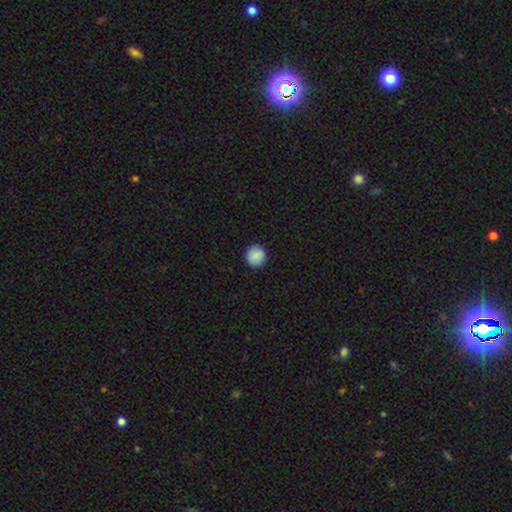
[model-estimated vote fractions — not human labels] A smooth galaxy with no disk features (89%) that is round (95%). Merging: none (92%).